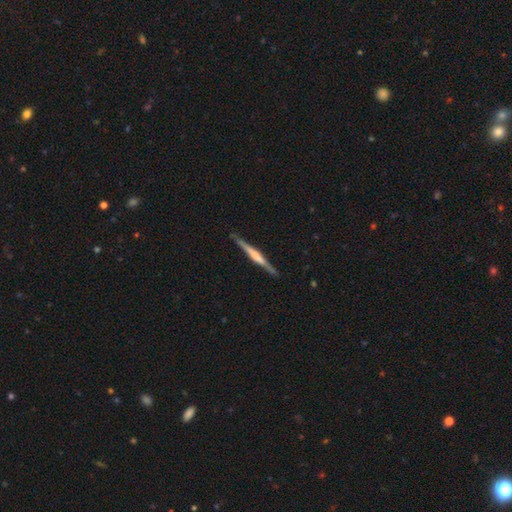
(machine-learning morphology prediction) smooth_or_featured: featured or disk (p=0.68) [alt: smooth p=0.27]
disk_edge_on: yes (p=0.98) [alt: no p=0.02]
edge_on_bulge: boxy (p=0.42) [alt: rounded p=0.31]
merging: none (p=0.88) [alt: minor disturbance p=0.09]